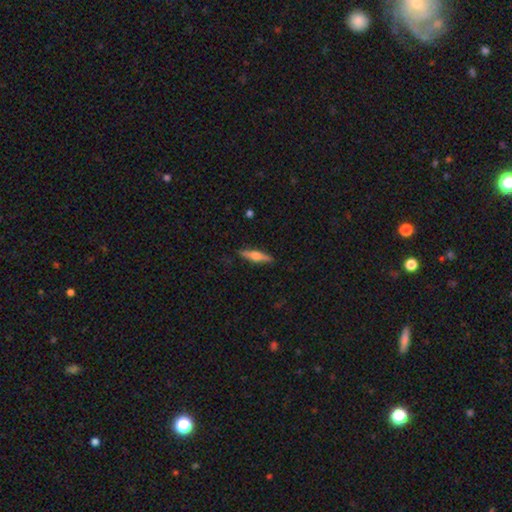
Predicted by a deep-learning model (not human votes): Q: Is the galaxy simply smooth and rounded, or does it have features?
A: featured or disk — 48%.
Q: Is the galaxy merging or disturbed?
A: none — 88%.